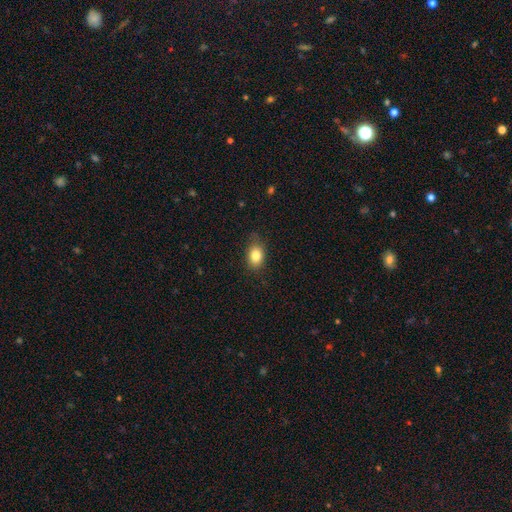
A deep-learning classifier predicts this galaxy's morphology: A smooth galaxy with no disk features (83%) that is in between round and cigar-shaped (73%).

Vote fractions:
- Smooth or featured? smooth: 83% / star or artifact: 9% / featured or disk: 8%
- How rounded? in between: 73% / round: 25% / cigar-shaped: 2%
- Merging? none: 77% / minor disturbance: 18% / major disturbance: 4% / merger: 1%